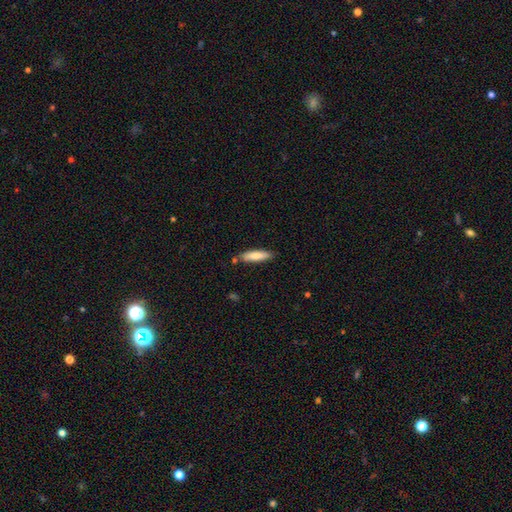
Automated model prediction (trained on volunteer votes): The model was most divided on "how rounded": cigar-shaped: 73%, in between: 26%, round: 1%. More confident: merging — none (80%); smooth or featured — smooth (78%).